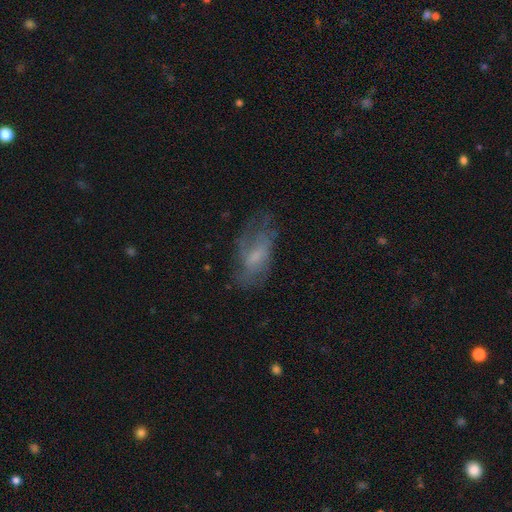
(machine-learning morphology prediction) This appears to be a featured or disk galaxy (48%). Merging: none (50%).